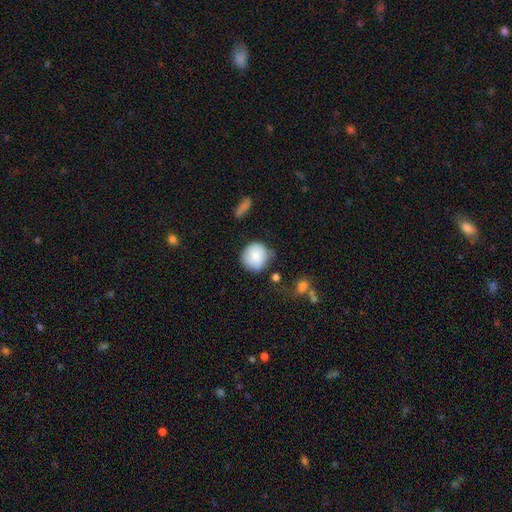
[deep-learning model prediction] Morphology: type=smooth (84%); roundness=round (89%); merging=none (67%).